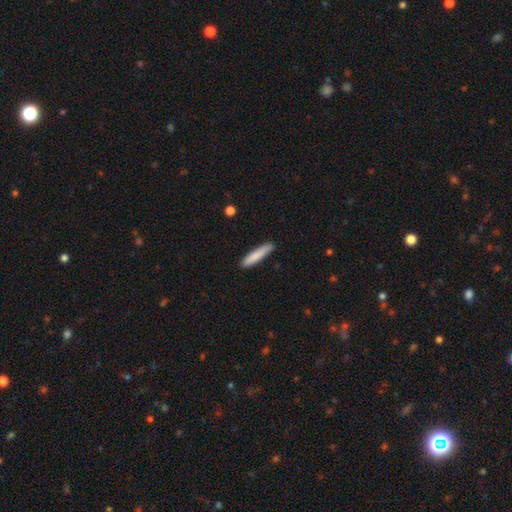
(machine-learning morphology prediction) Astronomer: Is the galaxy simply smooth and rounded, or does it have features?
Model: smooth — 81%.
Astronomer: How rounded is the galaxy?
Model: cigar-shaped — 90%.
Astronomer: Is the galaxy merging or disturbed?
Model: none — 86%.